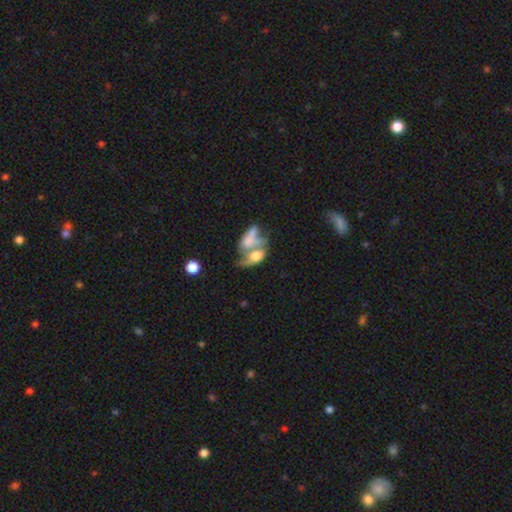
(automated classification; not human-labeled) A smooth galaxy with no disk features (50%) that is in between round and cigar-shaped (82%).

Vote fractions:
- Smooth or featured? smooth: 50% / featured or disk: 40% / star or artifact: 10%
- How rounded? in between: 82% / round: 13% / cigar-shaped: 6%
- Merging? merger: 68% / major disturbance: 13% / none: 12% / minor disturbance: 7%